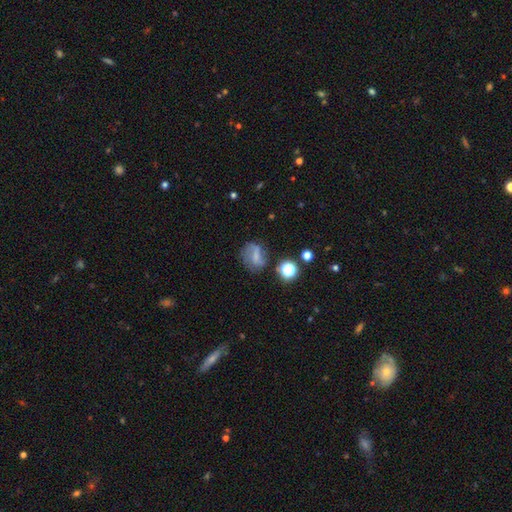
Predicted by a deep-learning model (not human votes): This is possibly a featured or disk galaxy (46%). Merging: possibly none (59%).